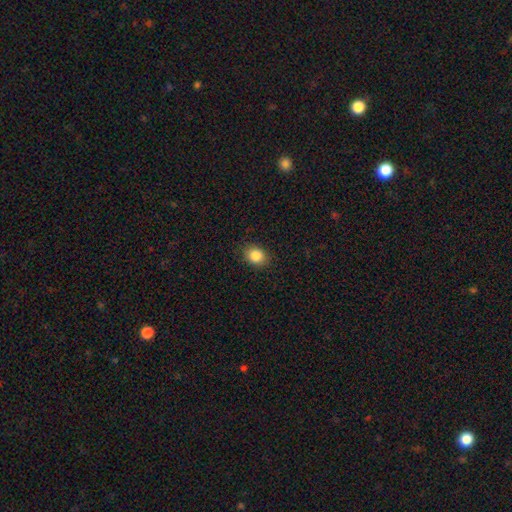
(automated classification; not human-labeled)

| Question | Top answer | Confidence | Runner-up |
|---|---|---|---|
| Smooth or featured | smooth | 86% | star or artifact (10%) |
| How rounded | round | 53% | in between (46%) |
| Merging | none | 87% | minor disturbance (9%) |